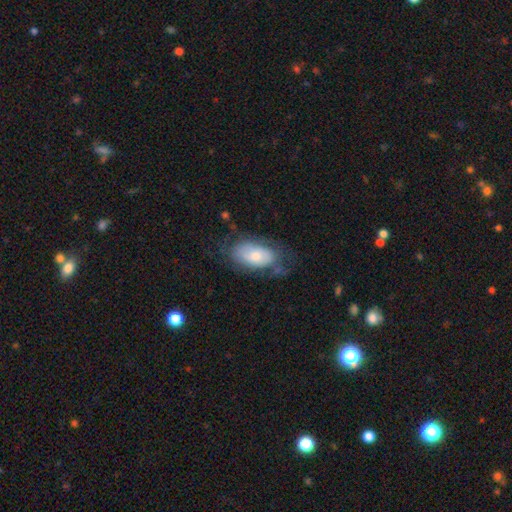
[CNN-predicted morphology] type=smooth (56%); roundness=in between (93%); merging=none (54%).